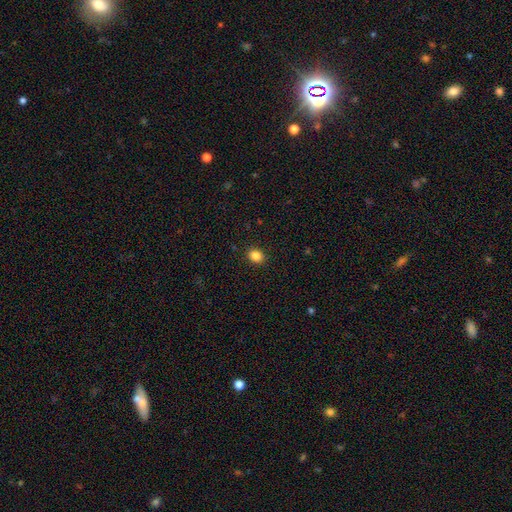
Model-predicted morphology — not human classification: Smooth or featured? smooth (86%)
How rounded? round (50%)
Merging? none (91%)